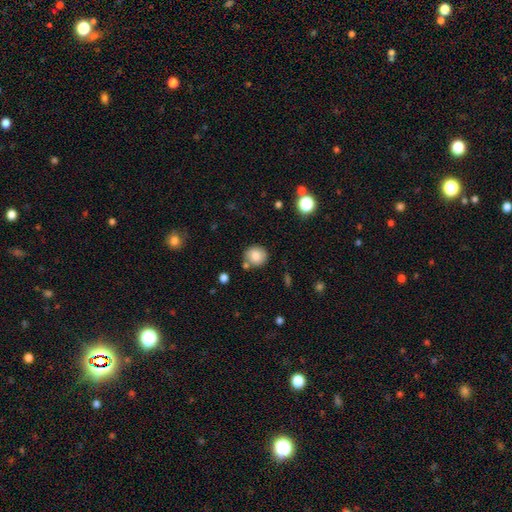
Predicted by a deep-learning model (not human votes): Smooth or featured?
  - smooth: 82% *
  - star or artifact: 10%
  - featured or disk: 8%
How rounded?
  - round: 85% *
  - in between: 14%
  - cigar-shaped: 1%
Merging?
  - none: 75% *
  - minor disturbance: 12%
  - merger: 10%
  - major disturbance: 3%